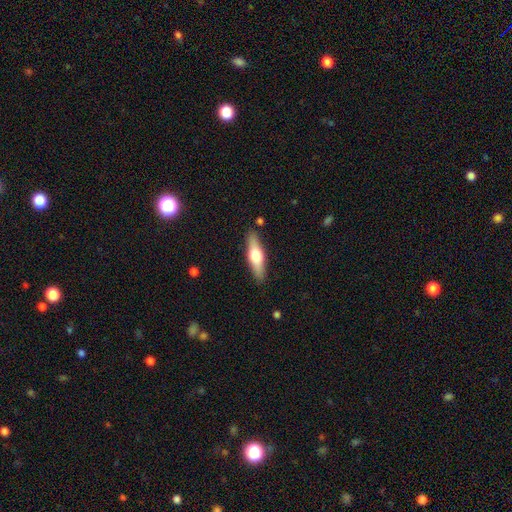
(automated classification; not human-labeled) smooth-or-featured: featured or disk: 48% | smooth: 47% | star or artifact: 5%
  merging: none: 87% | minor disturbance: 9% | major disturbance: 2% | merger: 2%